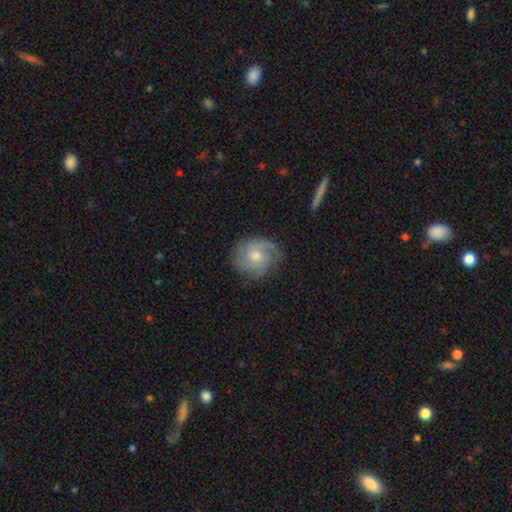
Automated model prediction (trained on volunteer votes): This is likely a featured or disk galaxy (68%). It is clearly not viewed edge-on (97%). Bar: likely no (67%). Spiral arm pattern: clearly yes (92%). Spiral arm count: marginally 2 (34%). Spiral winding: marginally tight (43%). Central bulge: likely moderate (62%). Merging: likely none (74%).